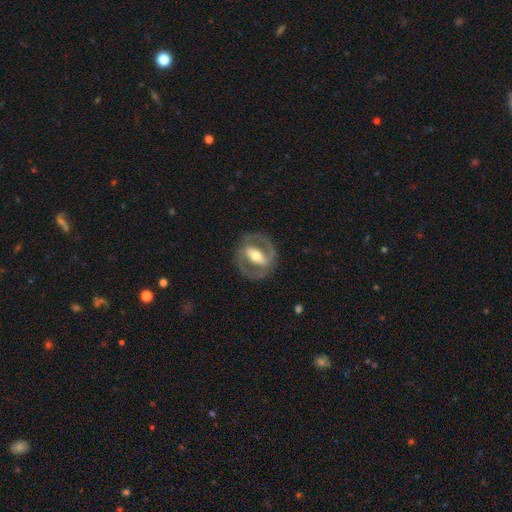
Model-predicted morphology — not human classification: featured or disk 81%, smooth 15%, star or artifact 4%. Down the decision tree: edge-on disk — no (94%); bar — strong (60%); spiral arms — yes (72%); spiral arm count — 2 (86%); spiral winding — medium (49%); bulge size — moderate (68%); merging — none (81%).